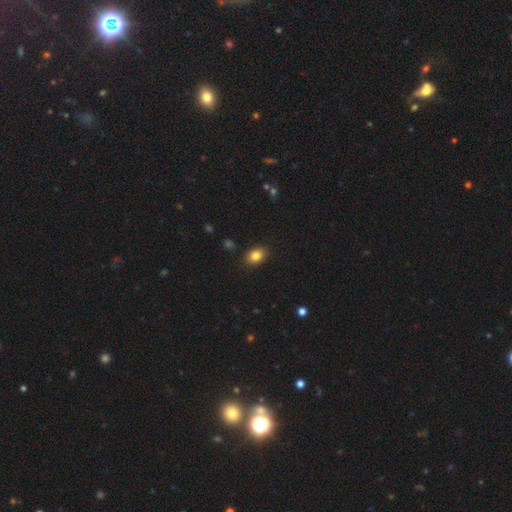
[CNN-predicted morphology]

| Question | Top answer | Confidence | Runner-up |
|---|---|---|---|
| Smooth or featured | smooth | 84% | star or artifact (10%) |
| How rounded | in between | 76% | round (23%) |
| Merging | none | 87% | minor disturbance (9%) |